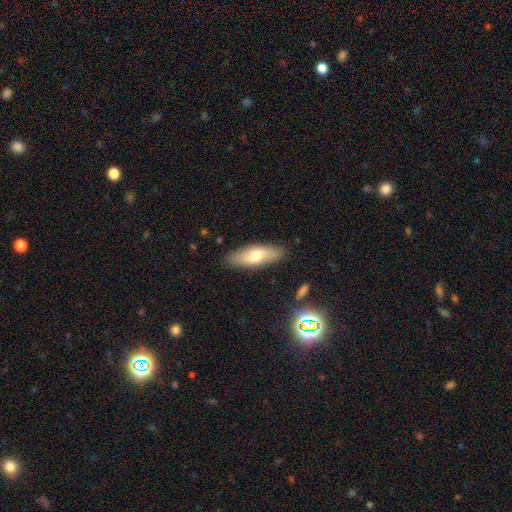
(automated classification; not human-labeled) Smooth or featured? smooth (64%)
How rounded? in between (65%)
Merging? none (85%)